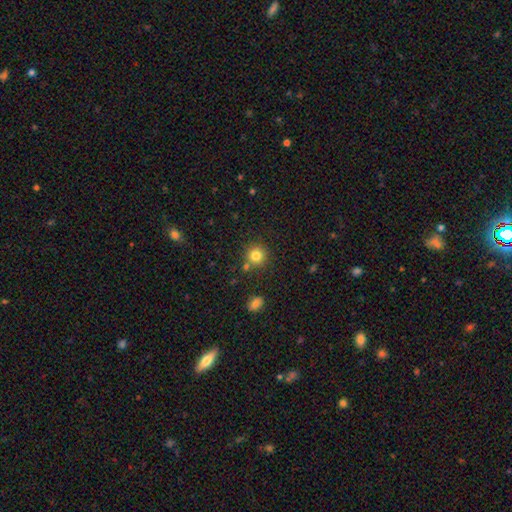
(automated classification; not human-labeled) Smooth or featured: smooth — 81% (star or artifact — 12%)
How rounded: round — 92% (in between — 7%)
Merging: none — 78% (merger — 10%)